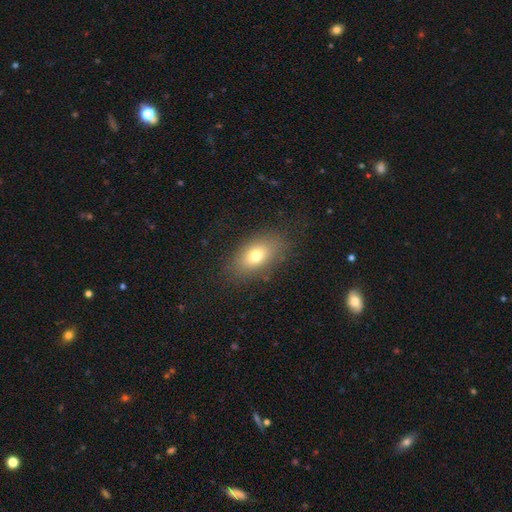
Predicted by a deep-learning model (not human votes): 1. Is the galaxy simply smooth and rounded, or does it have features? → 74% smooth, 15% featured or disk, 11% star or artifact.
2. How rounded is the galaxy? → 84% in between, 11% round, 5% cigar-shaped.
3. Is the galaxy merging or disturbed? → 82% none, 12% minor disturbance, 5% major disturbance, 1% merger.